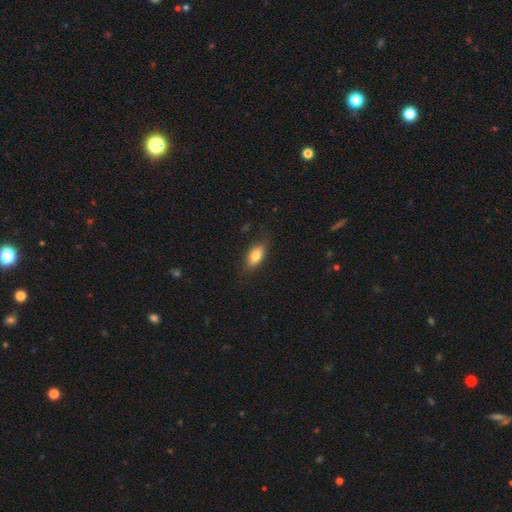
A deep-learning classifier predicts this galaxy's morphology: smooth_or_featured: smooth (p=0.78) [alt: featured or disk p=0.14]
how_rounded: in between (p=0.85) [alt: cigar-shaped p=0.11]
merging: none (p=0.82) [alt: minor disturbance p=0.14]